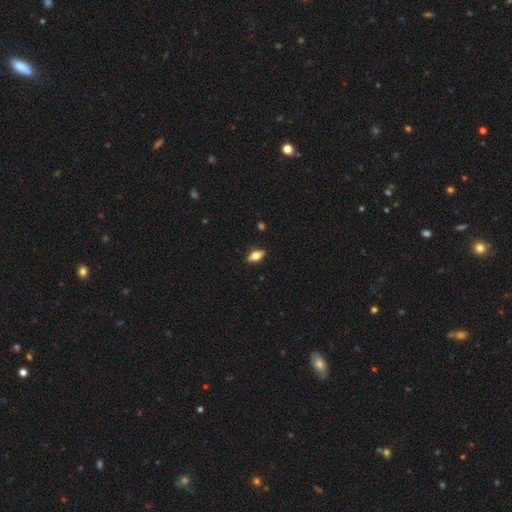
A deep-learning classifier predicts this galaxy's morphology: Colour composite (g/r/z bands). It shows a smooth galaxy with no disk features (53%) that is in between round and cigar-shaped (80%). Merging: none (86%).